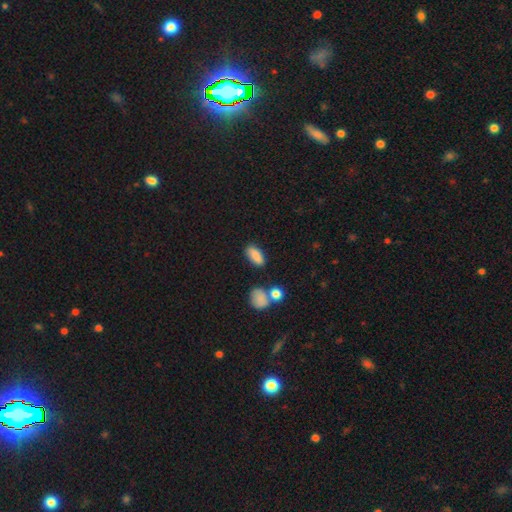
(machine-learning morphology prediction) Smooth or featured? Predicted: smooth (p=0.85). How rounded? Predicted: in between (p=0.86). Merging? Predicted: none (p=0.78).